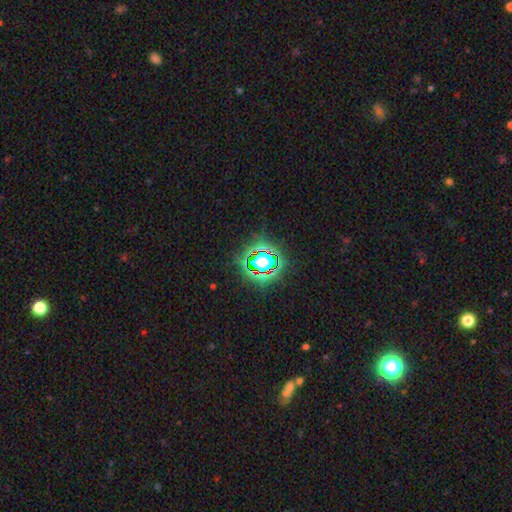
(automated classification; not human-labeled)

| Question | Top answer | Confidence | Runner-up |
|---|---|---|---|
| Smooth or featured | star or artifact | 68% | smooth (21%) |